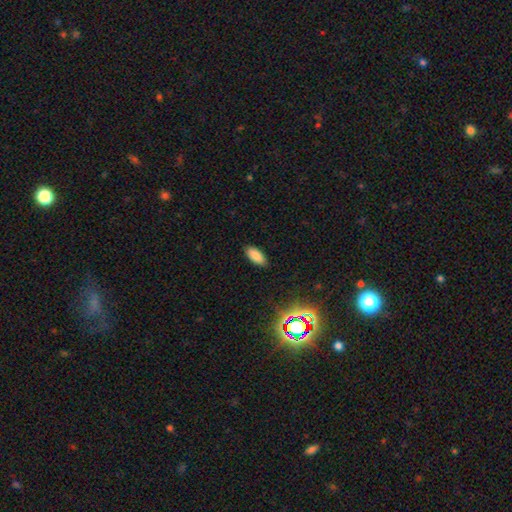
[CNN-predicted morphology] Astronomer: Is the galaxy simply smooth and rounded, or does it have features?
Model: smooth — 84%.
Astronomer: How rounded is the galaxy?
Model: in between — 87%.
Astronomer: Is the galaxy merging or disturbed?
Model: none — 88%.